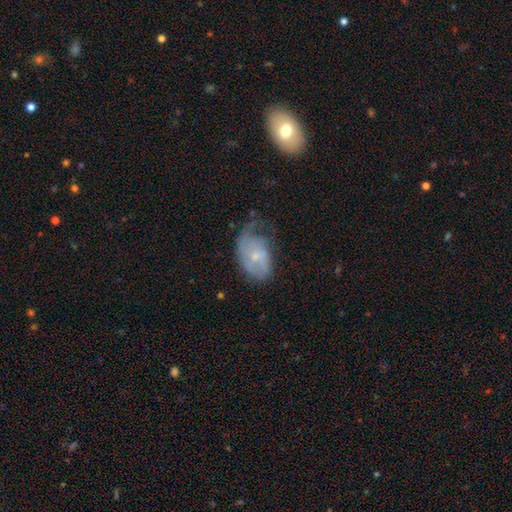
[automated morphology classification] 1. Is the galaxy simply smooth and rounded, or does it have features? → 56% featured or disk, 37% smooth, 8% star or artifact.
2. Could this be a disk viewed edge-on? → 96% no, 4% yes.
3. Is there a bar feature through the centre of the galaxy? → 74% no, 23% weak, 3% strong.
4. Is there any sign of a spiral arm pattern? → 72% yes, 28% no.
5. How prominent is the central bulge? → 67% small, 25% moderate, 5% none, 2% large, 1% dominant.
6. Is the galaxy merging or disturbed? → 34% major disturbance, 32% none, 32% minor disturbance, 2% merger.